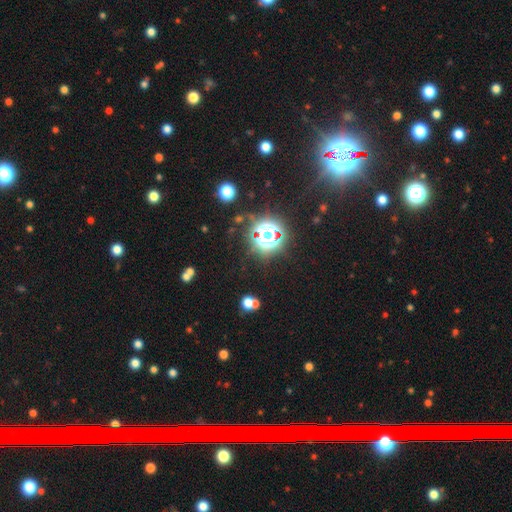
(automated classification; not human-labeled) This appears to be a star or artifact, not a galaxy (77%).